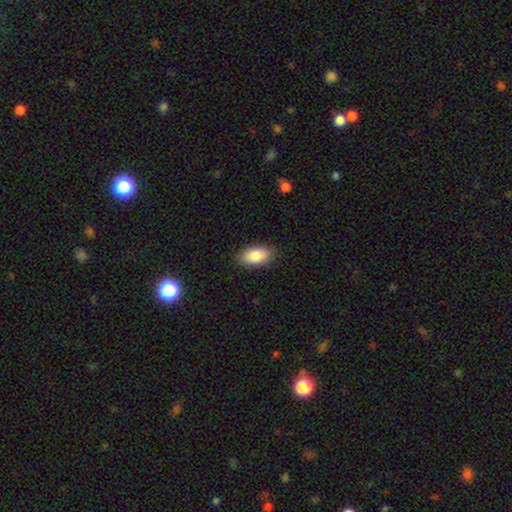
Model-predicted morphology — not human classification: smooth 86%, featured or disk 8%, star or artifact 6%. Down the decision tree: how rounded — in between (93%); merging — none (88%).